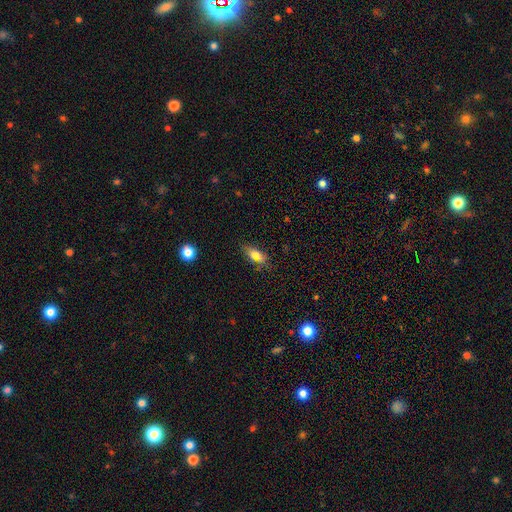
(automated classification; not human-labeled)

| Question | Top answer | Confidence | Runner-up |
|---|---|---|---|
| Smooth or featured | smooth | 71% | featured or disk (18%) |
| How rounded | in between | 75% | cigar-shaped (19%) |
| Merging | none | 70% | minor disturbance (20%) |